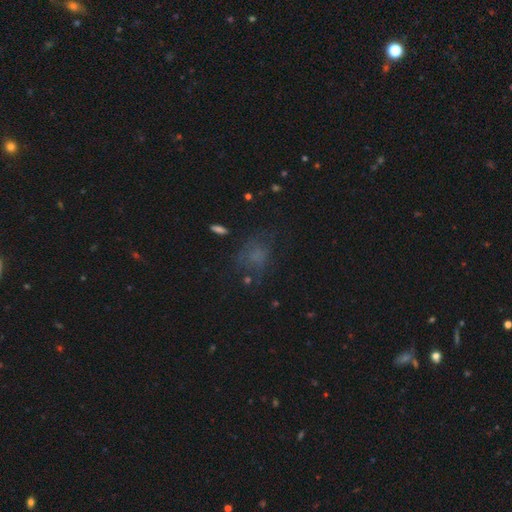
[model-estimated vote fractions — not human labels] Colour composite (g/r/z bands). It shows a smooth galaxy with no disk features (55%) that is round (50%). Merging: none (55%).